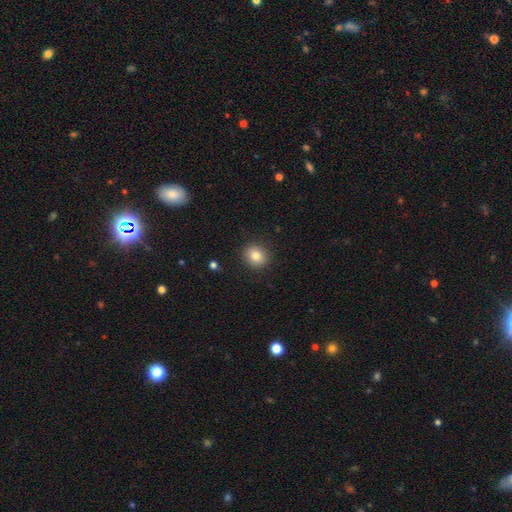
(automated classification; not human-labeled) A smooth galaxy with no disk features (82%) that is round (78%).

Vote fractions:
- Smooth or featured? smooth: 82% / star or artifact: 10% / featured or disk: 8%
- How rounded? round: 78% / in between: 21% / cigar-shaped: 1%
- Merging? none: 90% / minor disturbance: 7% / major disturbance: 2% / merger: 1%